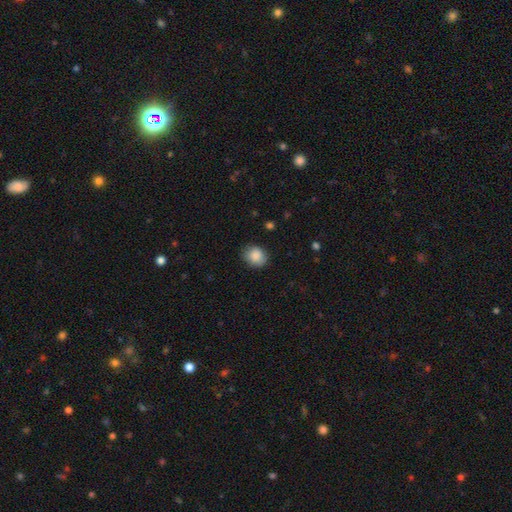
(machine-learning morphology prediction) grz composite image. It shows a smooth galaxy with no disk features (88%) that is round (59%). Merging: none (82%).